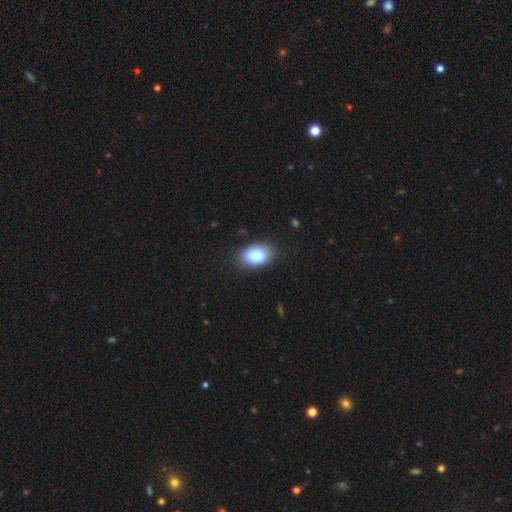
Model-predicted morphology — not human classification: smooth-or-featured: smooth: 86% | star or artifact: 7% | featured or disk: 7%
  how-rounded: in between: 90% | round: 8% | cigar-shaped: 1%
  merging: none: 82% | minor disturbance: 14% | major disturbance: 3% | merger: 1%